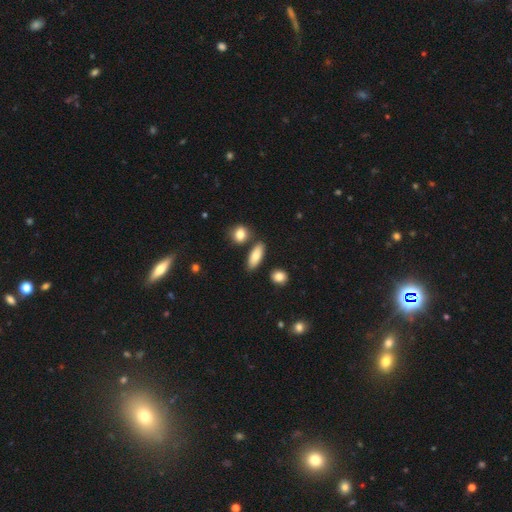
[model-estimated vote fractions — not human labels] smooth 81%, featured or disk 13%, star or artifact 7%. Down the decision tree: how rounded — in between (68%); merging — none (80%).